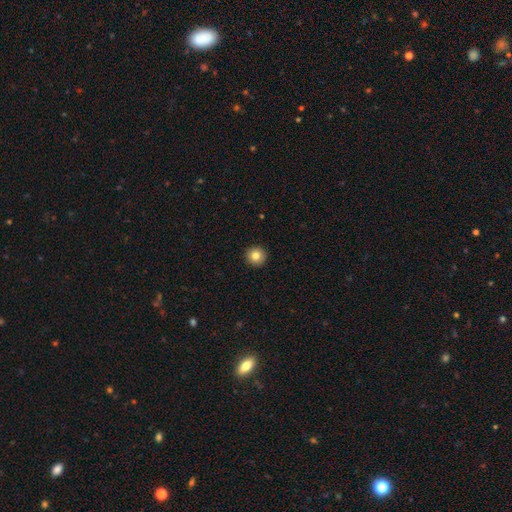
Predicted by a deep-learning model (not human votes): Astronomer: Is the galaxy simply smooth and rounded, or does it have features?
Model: smooth — 82%.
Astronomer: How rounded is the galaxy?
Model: round — 96%.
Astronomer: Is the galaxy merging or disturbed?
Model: none — 94%.